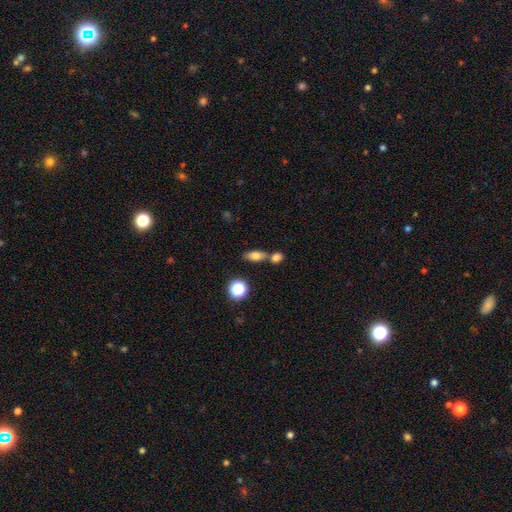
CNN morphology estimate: Smooth or featured? smooth (75%)
How rounded? in between (75%)
Merging? none (55%)